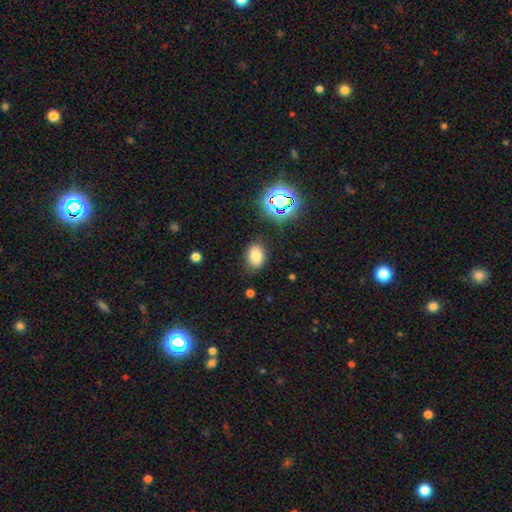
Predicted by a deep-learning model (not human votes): Smooth or featured: smooth — 74% (star or artifact — 16%)
How rounded: in between — 73% (round — 25%)
Merging: none — 81% (minor disturbance — 14%)